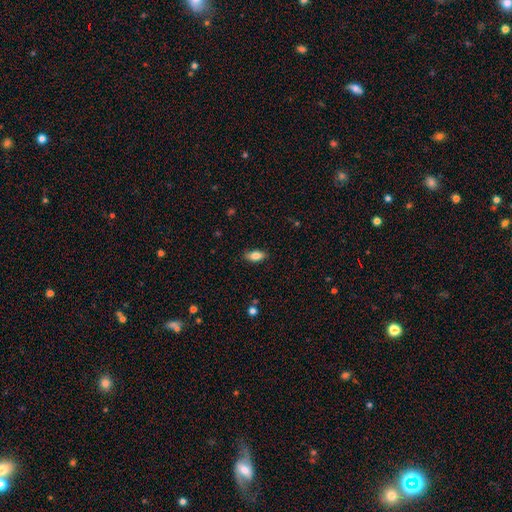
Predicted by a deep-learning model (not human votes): Overall: smooth (82%). How rounded: in between (88%). Merging: none (84%).